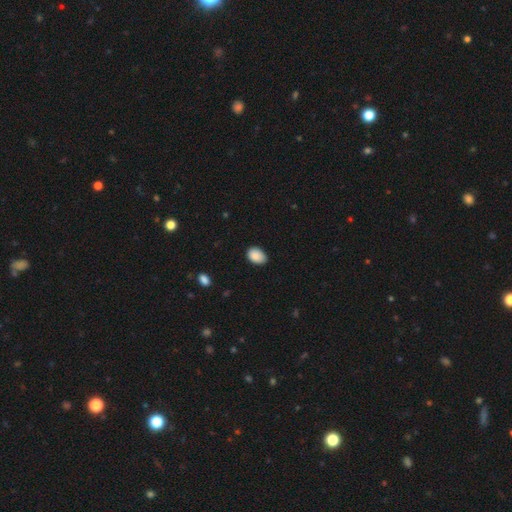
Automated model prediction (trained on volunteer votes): A smooth galaxy with no disk features (89%) that is in between round and cigar-shaped (83%).

Vote fractions:
- Smooth or featured? smooth: 89% / star or artifact: 7% / featured or disk: 4%
- How rounded? in between: 83% / round: 16% / cigar-shaped: 1%
- Merging? none: 79% / minor disturbance: 17% / major disturbance: 2% / merger: 1%